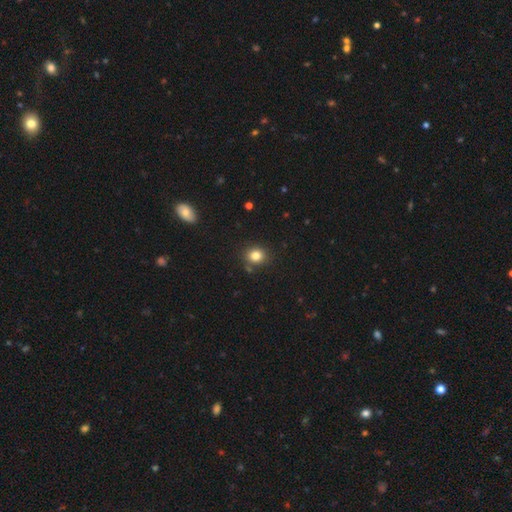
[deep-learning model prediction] Smooth or featured?
  - smooth: 81% *
  - star or artifact: 12%
  - featured or disk: 6%
How rounded?
  - round: 75% *
  - in between: 24%
  - cigar-shaped: 1%
Merging?
  - none: 84% *
  - minor disturbance: 10%
  - merger: 4%
  - major disturbance: 3%